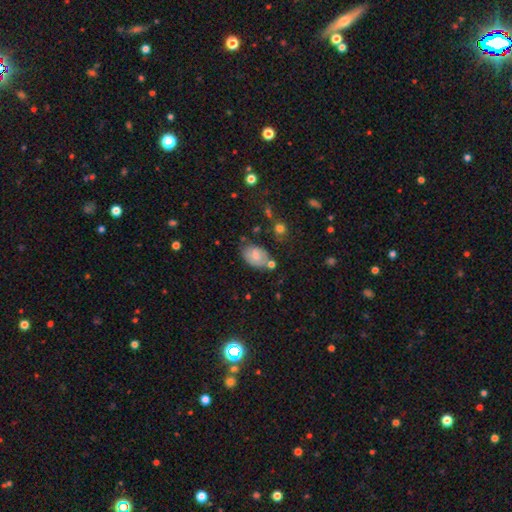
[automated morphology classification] Smooth or featured: smooth — 66% (featured or disk — 25%)
How rounded: in between — 85% (round — 14%)
Merging: none — 61% (minor disturbance — 23%)